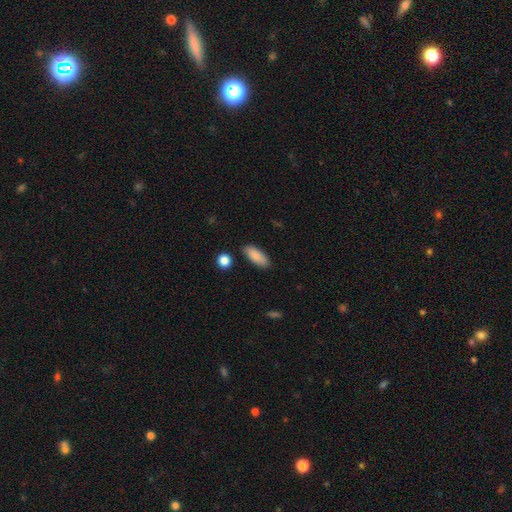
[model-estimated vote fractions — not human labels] Smooth or featured?
  - smooth: 88% *
  - star or artifact: 6%
  - featured or disk: 5%
How rounded?
  - in between: 81% *
  - cigar-shaped: 17%
  - round: 2%
Merging?
  - none: 84% *
  - minor disturbance: 11%
  - merger: 3%
  - major disturbance: 3%